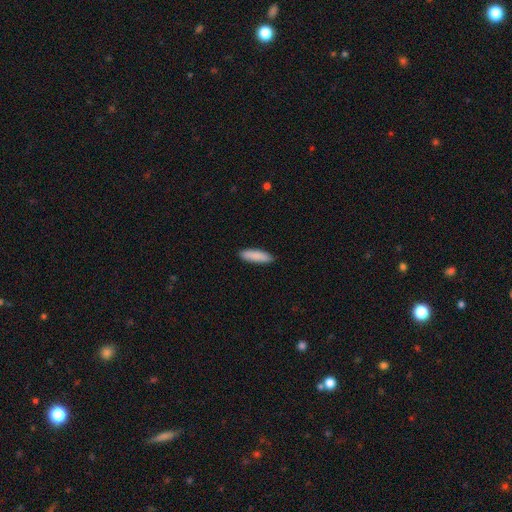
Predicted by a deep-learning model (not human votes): smooth 89%, featured or disk 6%, star or artifact 6%. Down the decision tree: how rounded — cigar-shaped (67%); merging — none (89%).